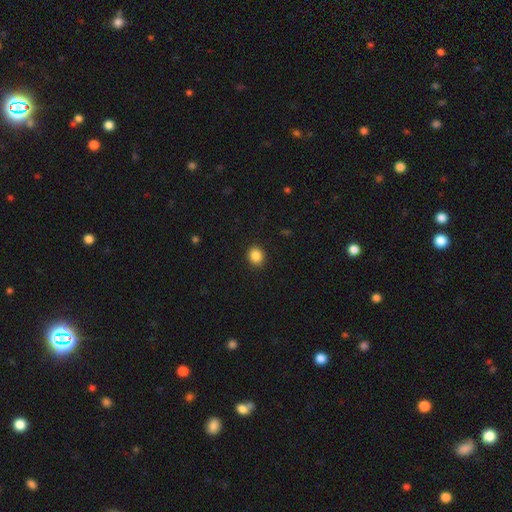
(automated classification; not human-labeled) Smooth or featured? Predicted: smooth (p=0.86). How rounded? Predicted: round (p=0.76). Merging? Predicted: none (p=0.91).